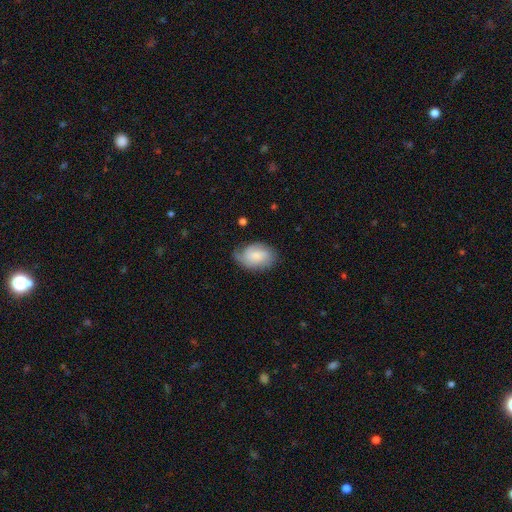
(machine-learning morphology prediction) This is possibly a smooth galaxy (48%). Merging: likely none (61%).